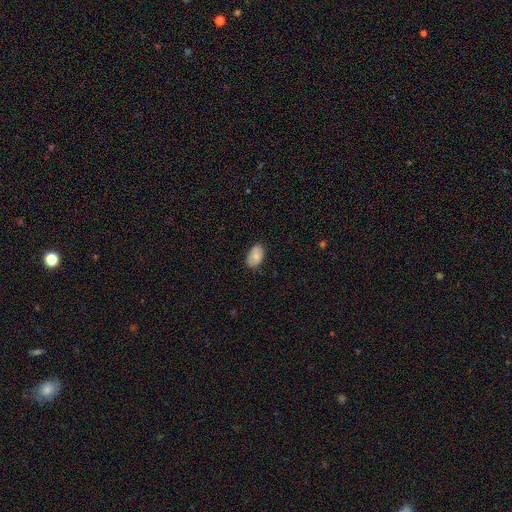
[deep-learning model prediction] The model was most divided on "smooth or featured": smooth: 75%, featured or disk: 18%, star or artifact: 7%. More confident: how rounded — in between (92%); merging — none (77%).